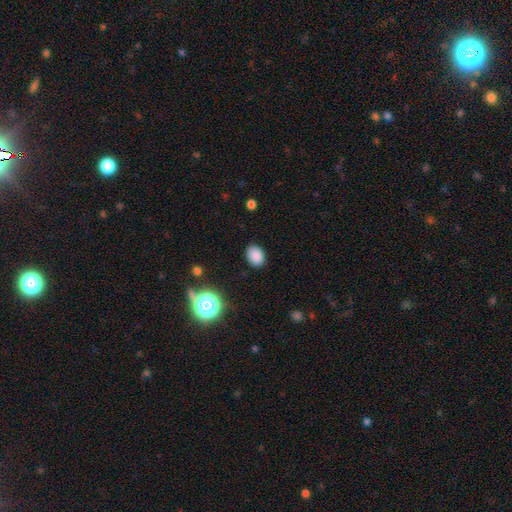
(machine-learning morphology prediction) Overall: smooth (85%). How rounded: in between (68%; round 31%). Merging: none (86%).